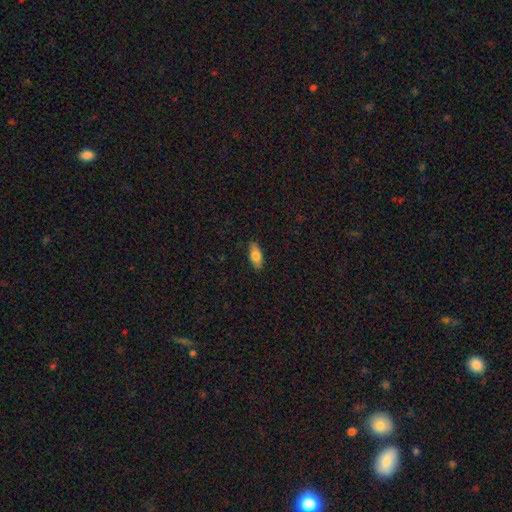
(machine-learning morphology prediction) smooth_or_featured: smooth (p=0.77) [alt: featured or disk p=0.16]
how_rounded: in between (p=0.82) [alt: cigar-shaped p=0.16]
merging: none (p=0.88) [alt: minor disturbance p=0.09]